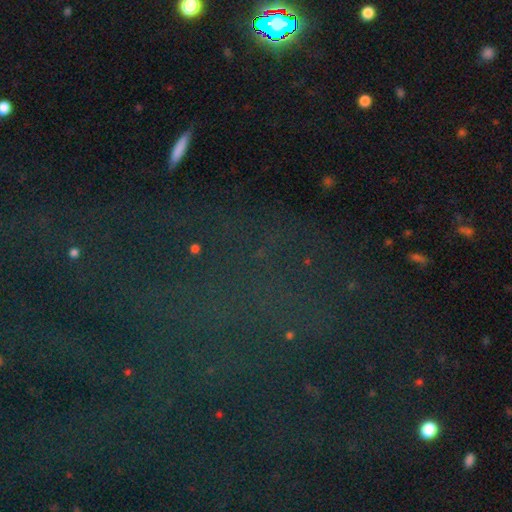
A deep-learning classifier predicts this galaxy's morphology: Smooth or featured? star or artifact (76%)